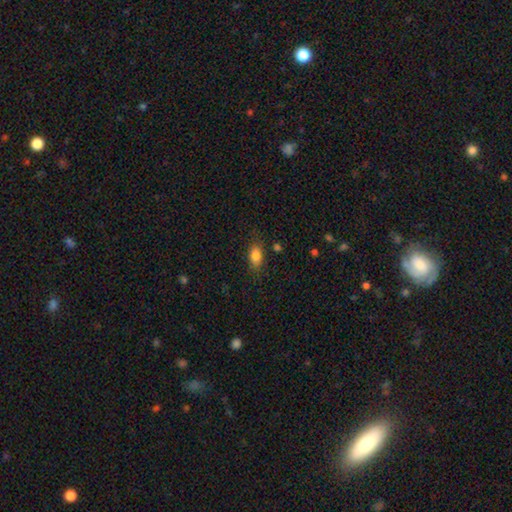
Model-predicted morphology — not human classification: smooth 84%, star or artifact 8%, featured or disk 7%. Down the decision tree: how rounded — in between (86%); merging — none (79%).